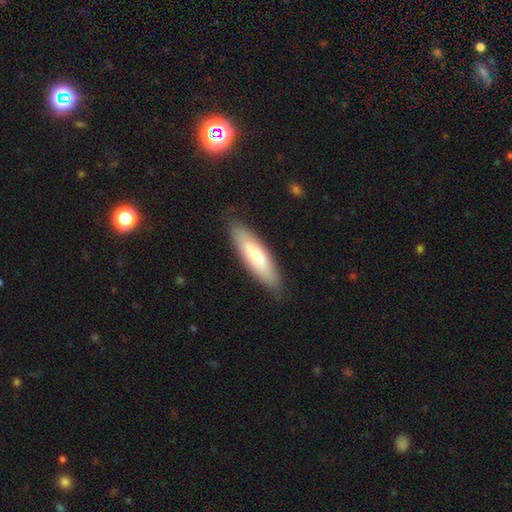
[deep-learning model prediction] Q: Smooth or featured?
A: smooth (73%); runner-up: featured or disk (21%)
Q: How rounded?
A: cigar-shaped (63%); runner-up: in between (36%)
Q: Merging?
A: none (84%); runner-up: minor disturbance (13%)